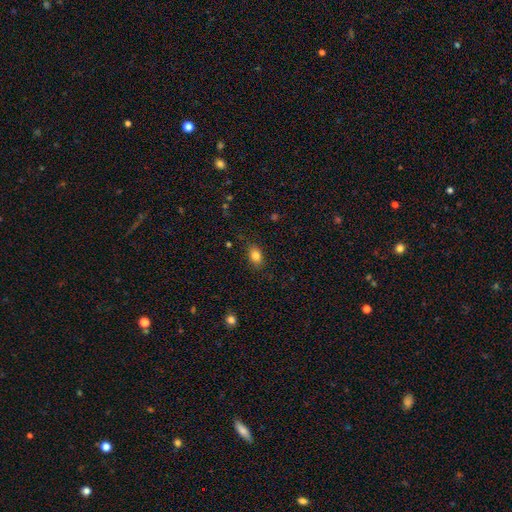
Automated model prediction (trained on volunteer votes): Smooth or featured? smooth (83%)
How rounded? in between (77%)
Merging? none (83%)